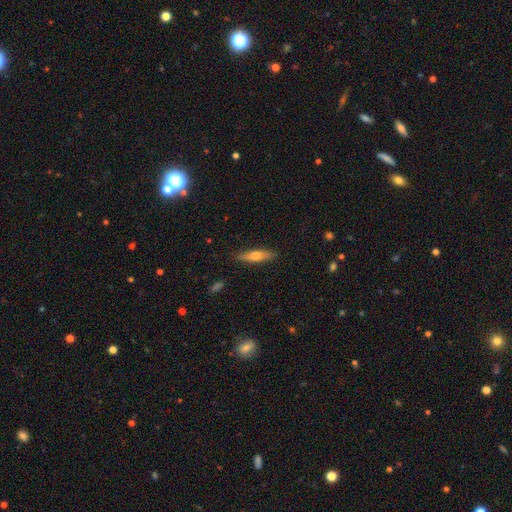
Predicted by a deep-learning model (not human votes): This appears to be a smooth galaxy with no disk features (62%) that is cigar-shaped (73%). Merging: none (86%).